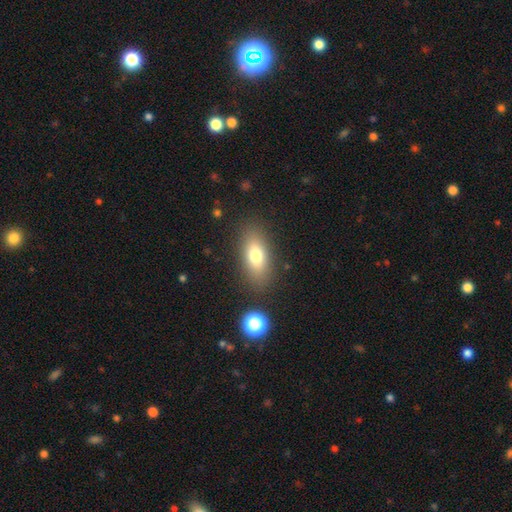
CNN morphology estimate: This is likely a smooth galaxy (75%). How rounded: clearly in between (81%). Merging: clearly none (84%).